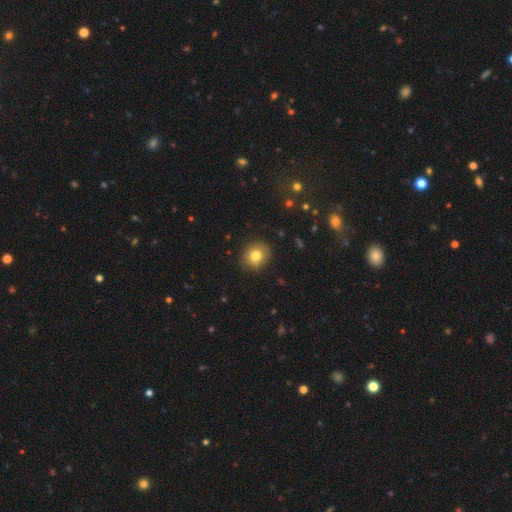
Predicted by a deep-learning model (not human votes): Smooth or featured?
  - smooth: 80% *
  - star or artifact: 11%
  - featured or disk: 10%
How rounded?
  - round: 77% *
  - in between: 22%
  - cigar-shaped: 1%
Merging?
  - none: 88% *
  - minor disturbance: 8%
  - major disturbance: 2%
  - merger: 1%